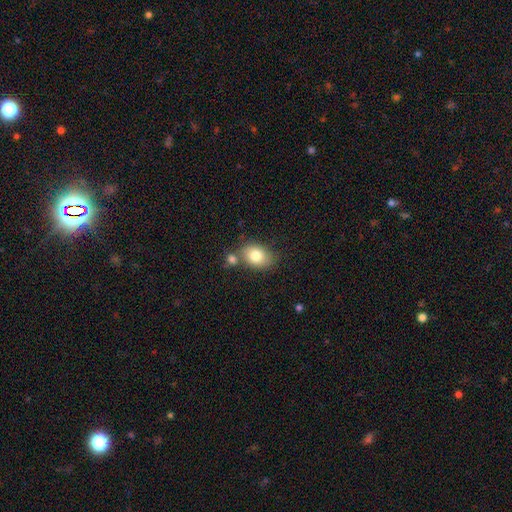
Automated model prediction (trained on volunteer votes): smooth 79%, featured or disk 12%, star or artifact 8%. Down the decision tree: how rounded — in between (73%); merging — none (61%).